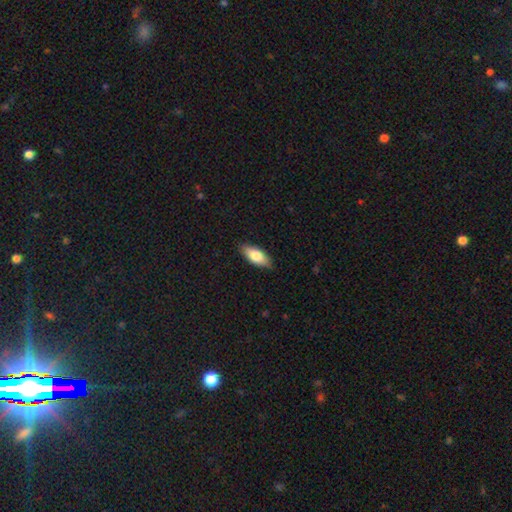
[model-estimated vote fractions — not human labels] Smooth or featured? Predicted: smooth (p=0.77). How rounded? Predicted: in between (p=0.81). Merging? Predicted: none (p=0.86).